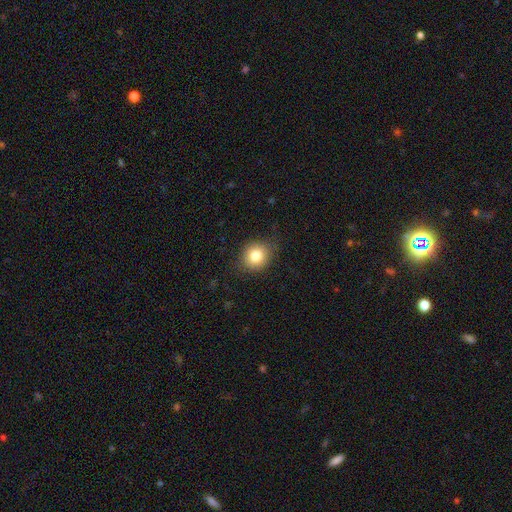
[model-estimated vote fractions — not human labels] smooth-or-featured: smooth: 80% | star or artifact: 10% | featured or disk: 9%
  how-rounded: round: 74% | in between: 25% | cigar-shaped: 1%
  merging: none: 82% | minor disturbance: 14% | major disturbance: 3% | merger: 1%